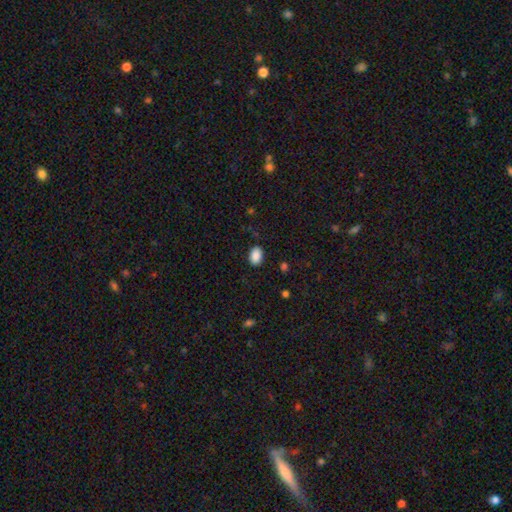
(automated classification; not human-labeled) smooth 89%, star or artifact 8%, featured or disk 3%. Down the decision tree: how rounded — in between (84%); merging — none (86%).